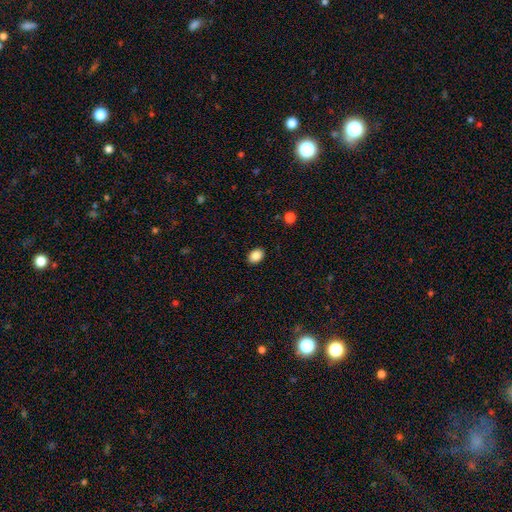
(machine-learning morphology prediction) This is clearly a smooth galaxy (87%). How rounded: likely in between (72%). Merging: clearly none (89%).